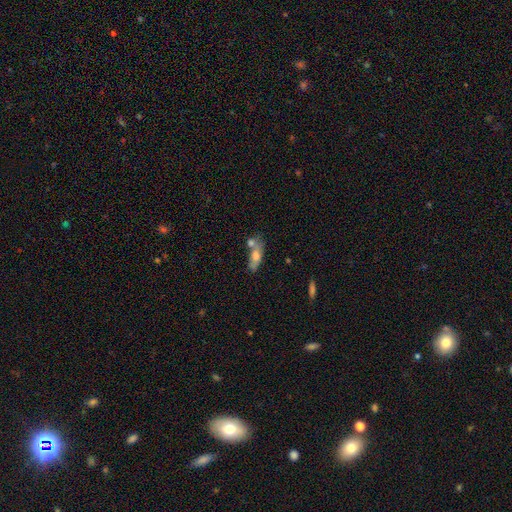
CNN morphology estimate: smooth_or_featured: smooth (p=0.61) [alt: featured or disk p=0.32]
how_rounded: in between (p=0.68) [alt: cigar-shaped p=0.27]
merging: none (p=0.42) [alt: merger p=0.35]